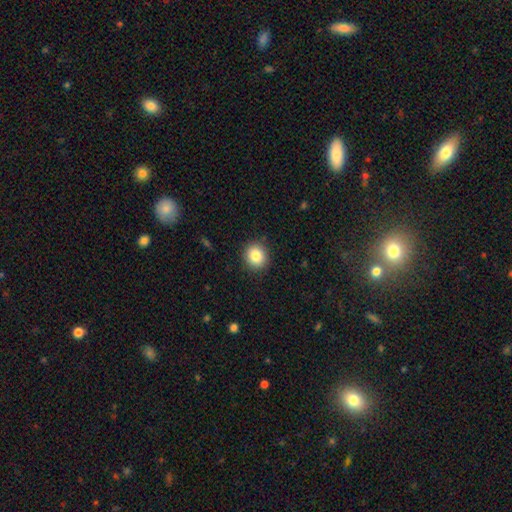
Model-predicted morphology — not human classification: The model was most divided on "how rounded": round: 84%, in between: 15%, cigar-shaped: 1%. More confident: merging — none (89%); smooth or featured — smooth (84%).